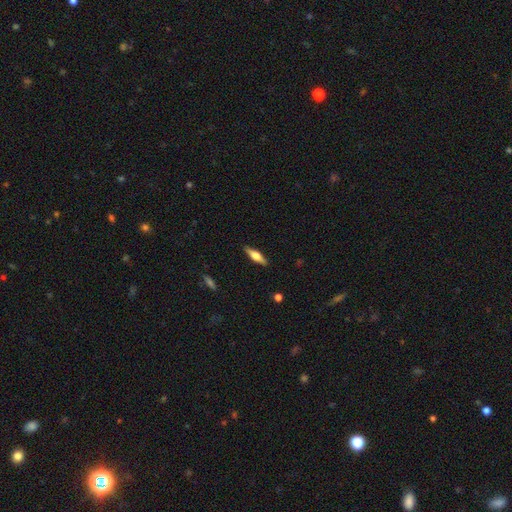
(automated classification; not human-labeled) The model was most divided on "smooth or featured": featured or disk: 53%, smooth: 41%, star or artifact: 6%. More confident: edge-on disk — yes (95%); edge-on bulge — rounded (90%); merging — none (90%).